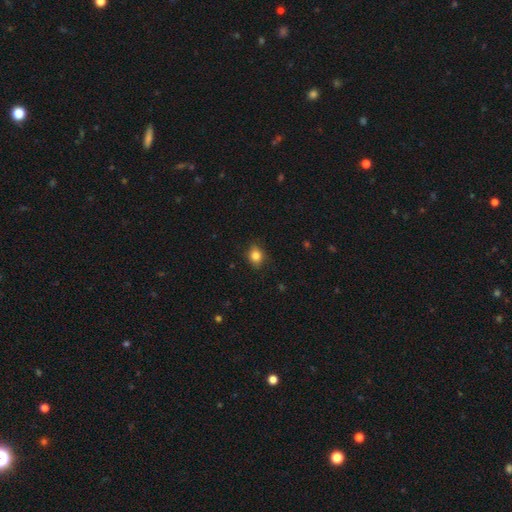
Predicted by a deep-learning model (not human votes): This appears to be a smooth galaxy with no disk features (83%) that is round (58%). Merging: none (82%).